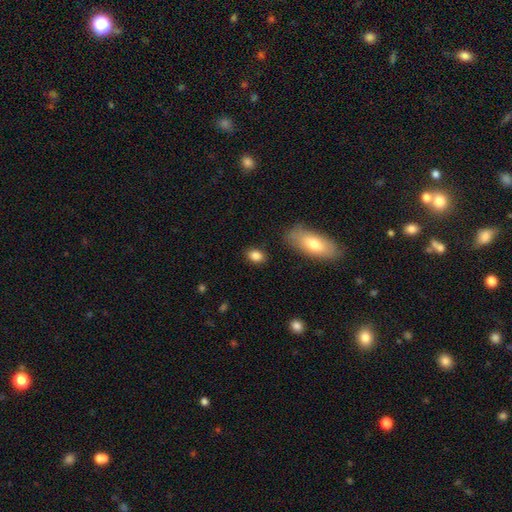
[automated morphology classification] smooth 85%, star or artifact 8%, featured or disk 7%. Down the decision tree: how rounded — in between (75%); merging — none (85%).